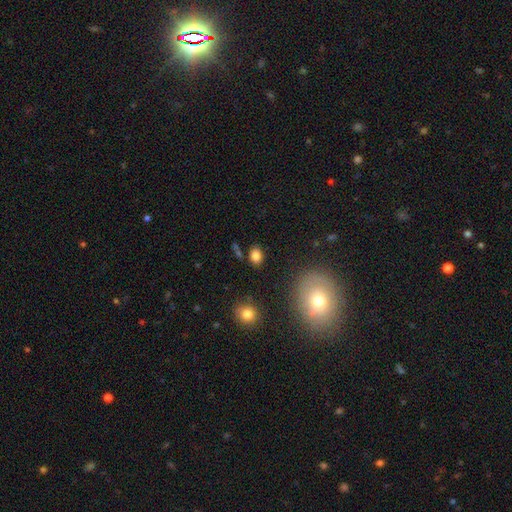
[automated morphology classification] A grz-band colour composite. It shows a smooth galaxy with no disk features (83%) that is in between round and cigar-shaped (68%). Merging: none (82%).